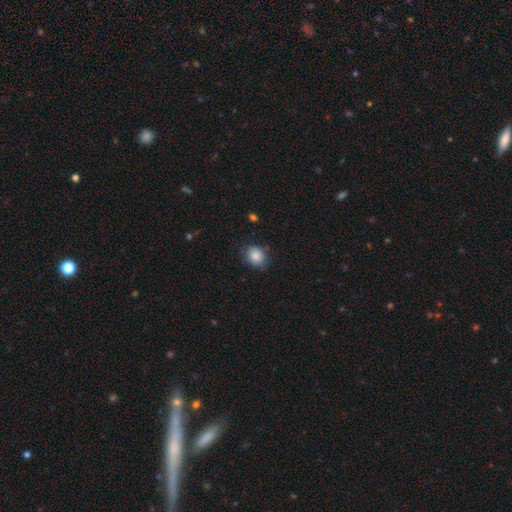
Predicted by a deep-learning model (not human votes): Overall: smooth (86%). How rounded: round (52%; in between 47%). Merging: none (77%).